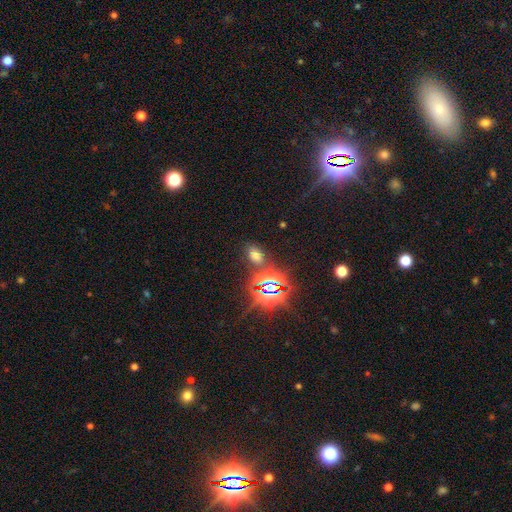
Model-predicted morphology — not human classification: type=smooth (51%); roundness=in between (84%); merging=none (77%).